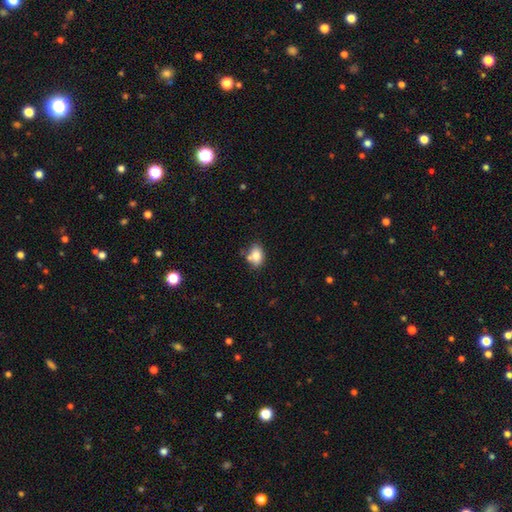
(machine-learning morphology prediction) A smooth galaxy with no disk features (81%) that is in between round and cigar-shaped (74%).

Vote fractions:
- Smooth or featured? smooth: 81% / featured or disk: 10% / star or artifact: 9%
- How rounded? in between: 74% / round: 25% / cigar-shaped: 2%
- Merging? none: 58% / minor disturbance: 19% / merger: 18% / major disturbance: 5%